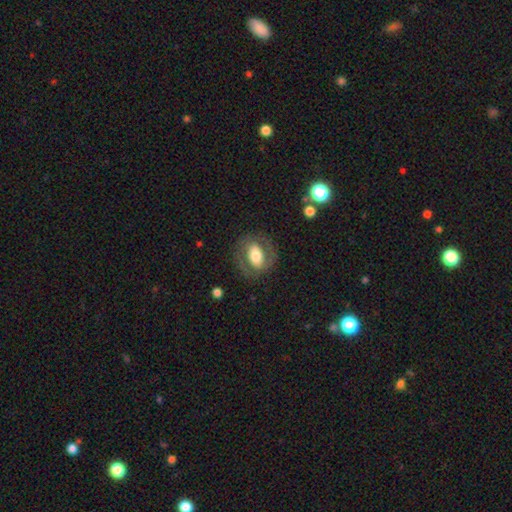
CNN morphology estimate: This is possibly a featured or disk galaxy (54%). It is clearly not viewed edge-on (94%). Bar: marginally no (35%). Spiral arm pattern: possibly yes (55%). Central bulge: possibly moderate (51%). Merging: likely none (74%).